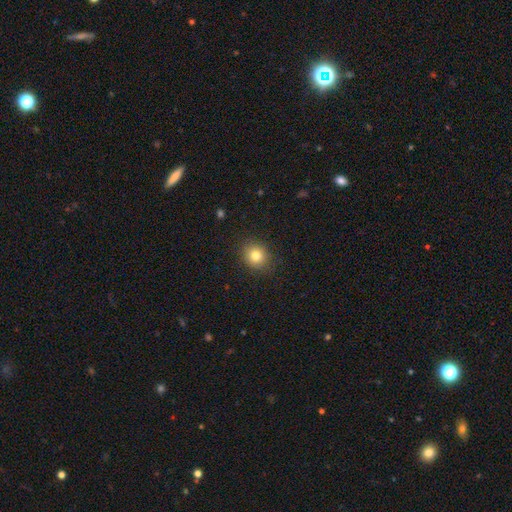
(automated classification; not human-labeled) This appears to be a smooth galaxy with no disk features (80%) that is round (81%). Merging: none (89%).